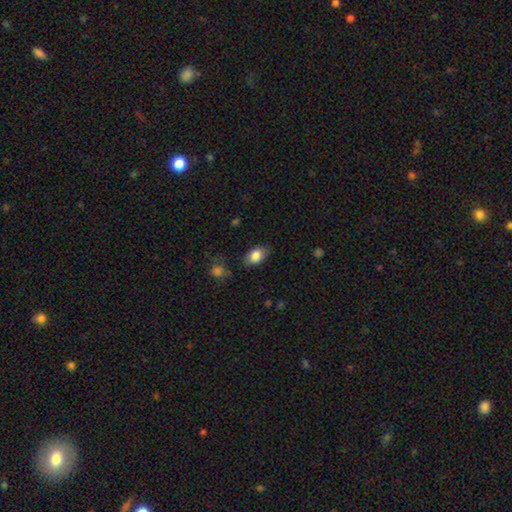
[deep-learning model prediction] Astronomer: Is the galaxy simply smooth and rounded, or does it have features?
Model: smooth — 83%.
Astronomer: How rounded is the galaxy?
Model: in between — 88%.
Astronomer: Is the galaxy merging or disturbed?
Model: none — 79%.